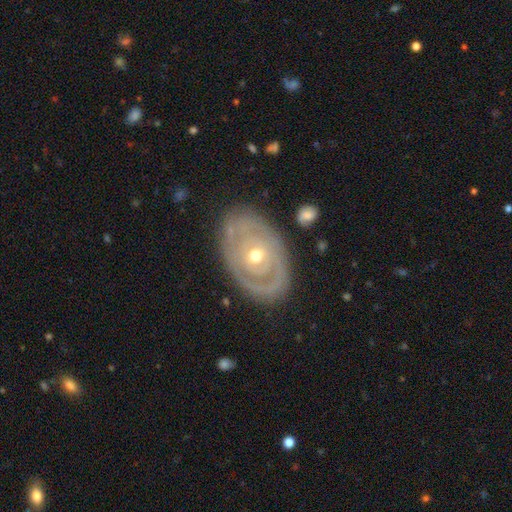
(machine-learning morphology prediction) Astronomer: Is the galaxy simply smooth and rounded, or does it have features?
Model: featured or disk — 80%.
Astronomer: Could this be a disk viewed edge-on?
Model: no — 94%.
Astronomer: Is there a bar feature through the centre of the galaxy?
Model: no — 84%.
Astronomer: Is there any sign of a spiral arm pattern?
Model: yes — 65%.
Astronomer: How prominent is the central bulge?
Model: moderate — 55% (runner-up: small, 42%).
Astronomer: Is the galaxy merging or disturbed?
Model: none — 80%.